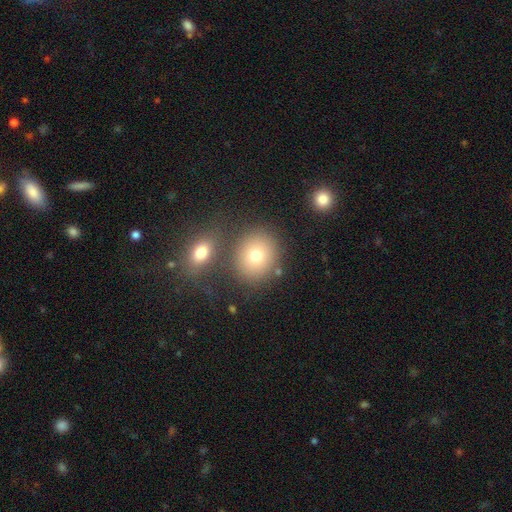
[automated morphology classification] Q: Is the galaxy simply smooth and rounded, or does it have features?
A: smooth — 76%.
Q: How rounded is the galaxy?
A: round — 75%.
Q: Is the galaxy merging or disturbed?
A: none — 72%.